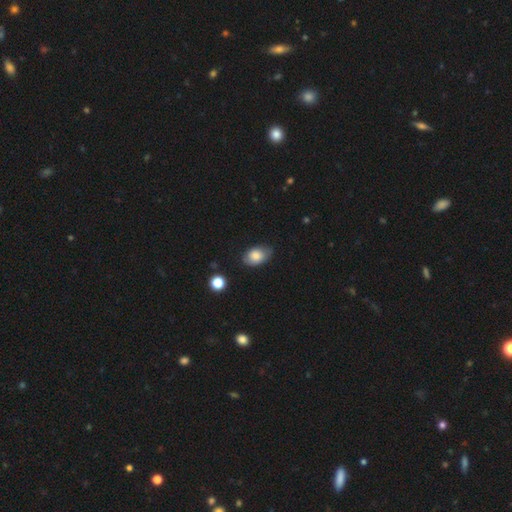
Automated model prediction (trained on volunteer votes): This is clearly a smooth galaxy (81%). How rounded: clearly in between (86%). Merging: likely none (73%).